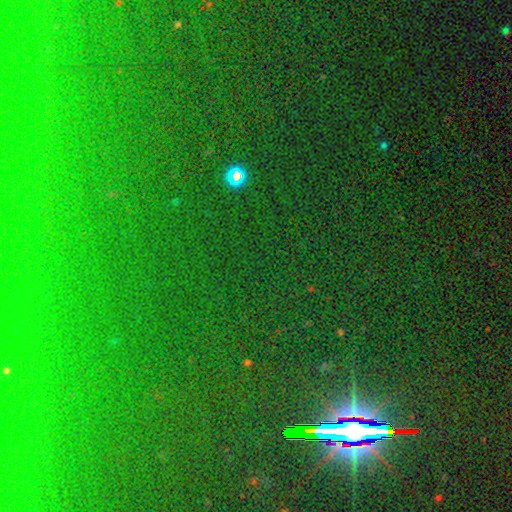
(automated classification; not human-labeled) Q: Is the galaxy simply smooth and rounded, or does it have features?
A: star or artifact — 81%.